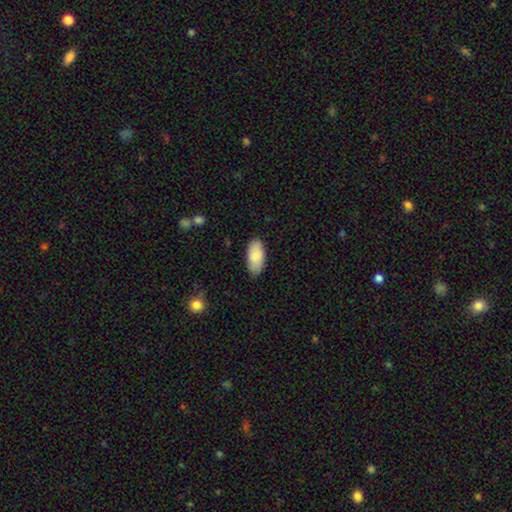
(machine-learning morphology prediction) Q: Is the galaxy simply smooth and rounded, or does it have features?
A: smooth — 85%.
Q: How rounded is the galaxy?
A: in between — 92%.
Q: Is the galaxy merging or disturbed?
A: none — 82%.